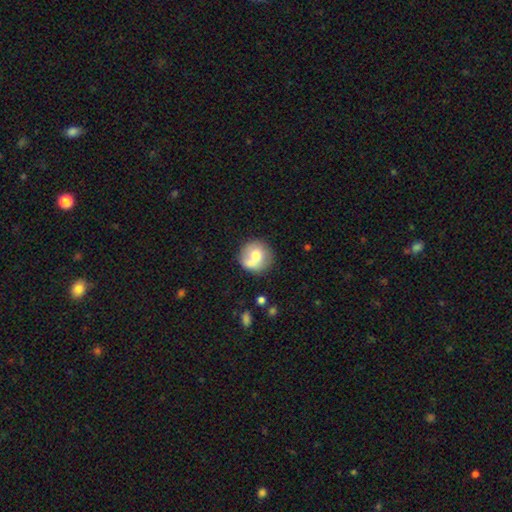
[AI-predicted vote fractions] smooth_or_featured: smooth (p=0.68) [alt: featured or disk p=0.24]
how_rounded: round (p=0.91) [alt: in between p=0.09]
merging: none (p=0.53) [alt: merger p=0.29]